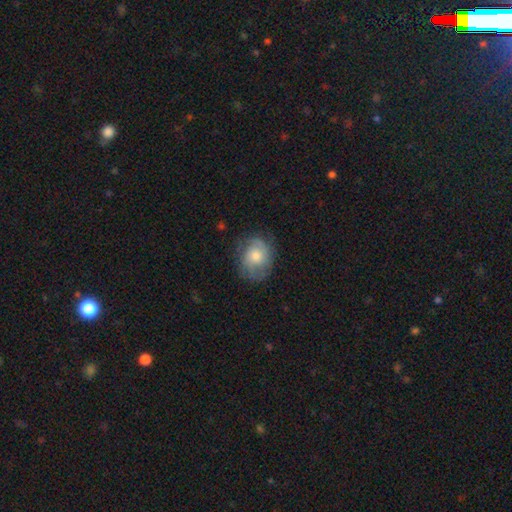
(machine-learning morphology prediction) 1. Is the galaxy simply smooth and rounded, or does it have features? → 46% featured or disk (tied), 46% smooth (tied), 8% star or artifact.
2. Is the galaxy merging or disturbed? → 70% none, 21% minor disturbance, 7% major disturbance, 1% merger.